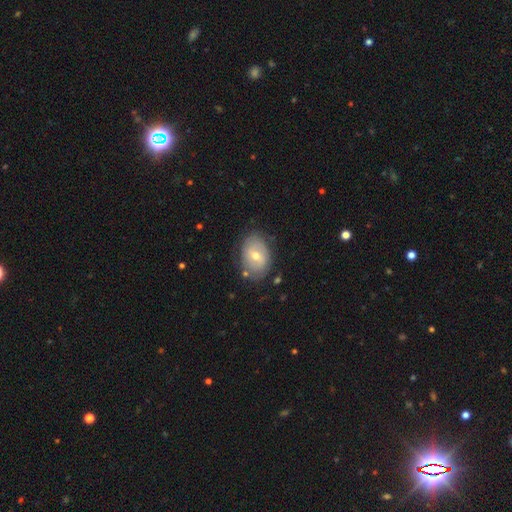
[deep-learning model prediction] Smooth or featured: smooth — 47% (featured or disk — 46%)
Merging: none — 74% (minor disturbance — 18%)